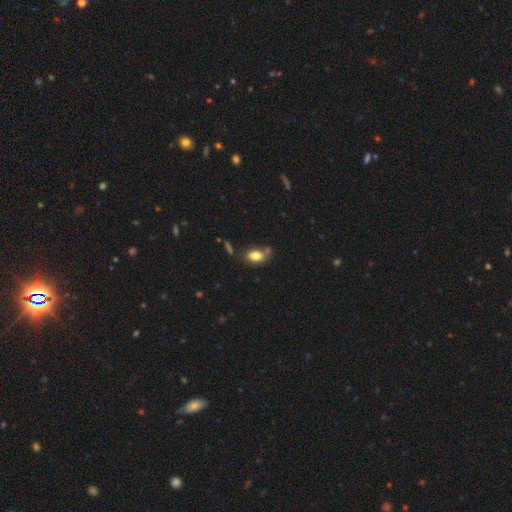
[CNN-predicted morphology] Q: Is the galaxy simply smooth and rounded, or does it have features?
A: smooth — 80%.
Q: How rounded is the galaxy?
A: in between — 86%.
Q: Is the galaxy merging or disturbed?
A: none — 59%.